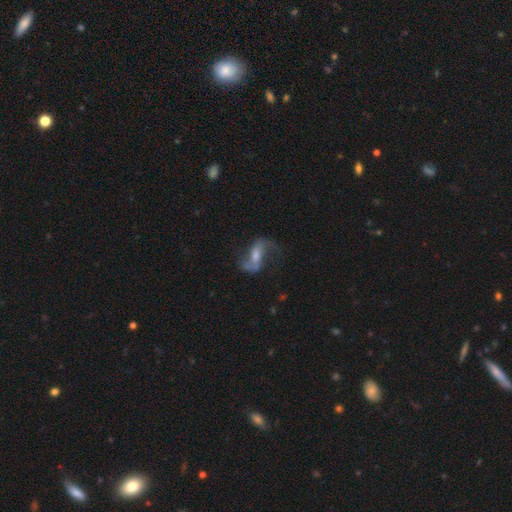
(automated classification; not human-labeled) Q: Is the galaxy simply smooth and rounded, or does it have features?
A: featured or disk — 80%.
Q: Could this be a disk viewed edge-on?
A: no — 95%.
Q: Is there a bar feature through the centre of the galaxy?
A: weak — 45%.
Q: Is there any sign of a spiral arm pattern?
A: yes — 93%.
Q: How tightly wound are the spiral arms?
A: loose — 75%.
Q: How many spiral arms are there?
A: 2 — 91%.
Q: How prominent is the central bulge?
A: moderate — 47%.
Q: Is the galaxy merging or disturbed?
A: none — 63%.